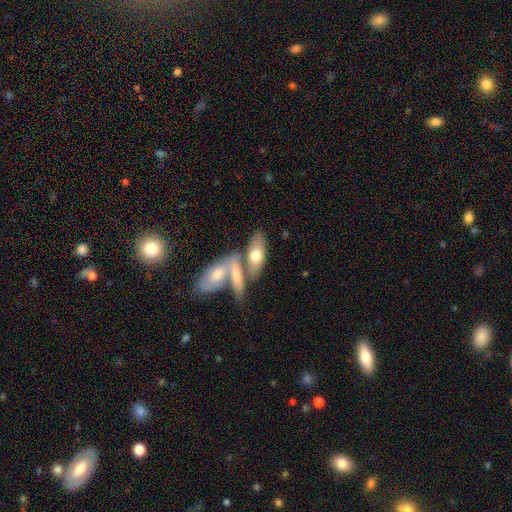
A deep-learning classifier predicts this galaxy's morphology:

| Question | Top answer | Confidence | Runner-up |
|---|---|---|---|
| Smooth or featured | smooth | 62% | featured or disk (32%) |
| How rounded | in between | 72% | cigar-shaped (25%) |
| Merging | merger | 45% | none (40%) |